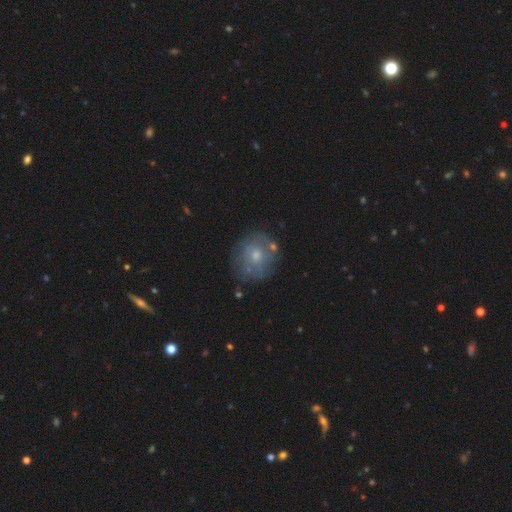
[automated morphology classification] smooth_or_featured: featured or disk (p=0.48) [alt: smooth p=0.43]
merging: none (p=0.67) [alt: minor disturbance p=0.19]